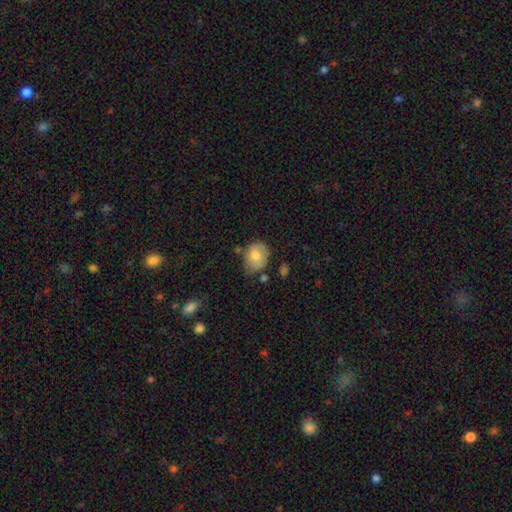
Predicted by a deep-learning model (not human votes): smooth-or-featured: smooth: 74% | featured or disk: 18% | star or artifact: 8%
  how-rounded: round: 50% | in between: 49% | cigar-shaped: 1%
  merging: none: 58% | minor disturbance: 29% | major disturbance: 7% | merger: 6%